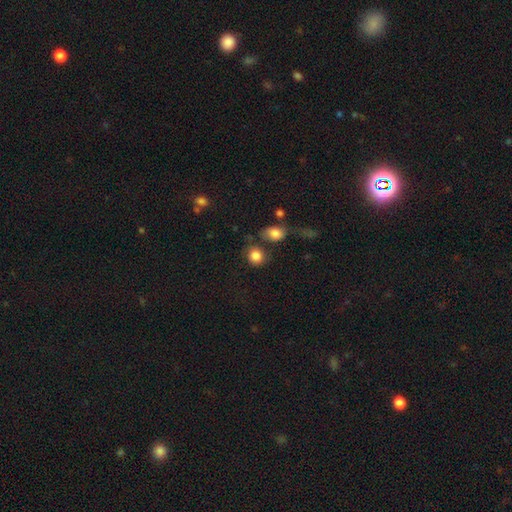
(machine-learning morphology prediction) The model was most divided on "merging": none: 64%, merger: 16%, minor disturbance: 14%, major disturbance: 6%. More confident: smooth or featured — smooth (86%); how rounded — round (78%).